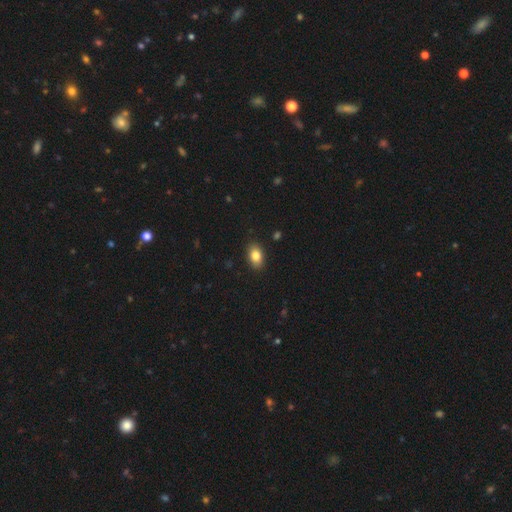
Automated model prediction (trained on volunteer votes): smooth_or_featured: smooth (p=0.84) [alt: star or artifact p=0.08]
how_rounded: in between (p=0.88) [alt: round p=0.11]
merging: none (p=0.89) [alt: minor disturbance p=0.08]